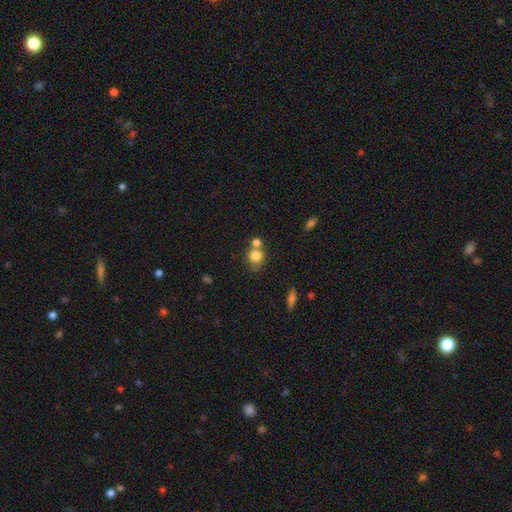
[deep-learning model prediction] Smooth or featured? Predicted: smooth (p=0.80). How rounded? Predicted: round (p=0.82). Merging? Predicted: none (p=0.50).